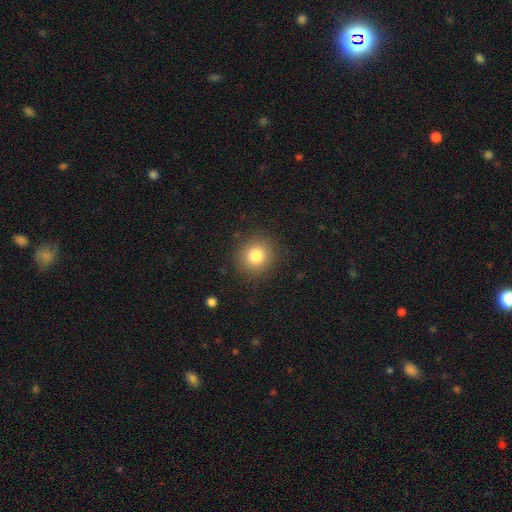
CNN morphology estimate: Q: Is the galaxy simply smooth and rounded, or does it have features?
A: smooth — 81%.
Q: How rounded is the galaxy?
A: round — 88%.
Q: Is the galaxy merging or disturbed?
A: none — 89%.